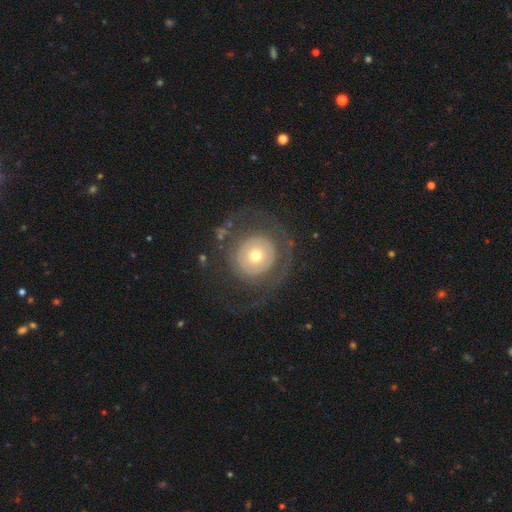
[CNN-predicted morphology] smooth_or_featured: featured or disk (p=0.53) [alt: smooth p=0.40]
disk_edge_on: no (p=0.95) [alt: yes p=0.05]
bar: no (p=0.88) [alt: weak p=0.09]
has_spiral_arms: no (p=0.70) [alt: yes p=0.30]
bulge_size: moderate (p=0.53) [alt: small p=0.35]
merging: none (p=0.66) [alt: major disturbance p=0.20]